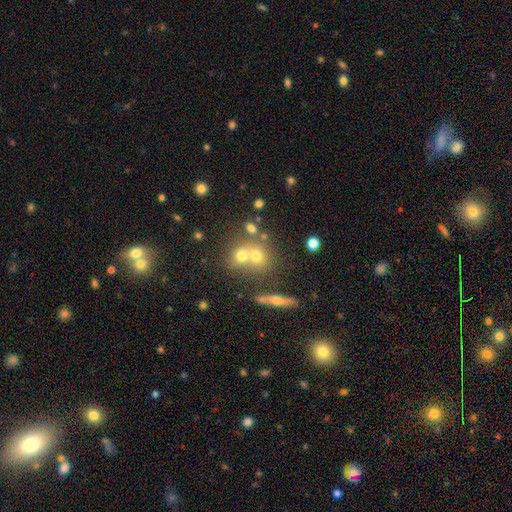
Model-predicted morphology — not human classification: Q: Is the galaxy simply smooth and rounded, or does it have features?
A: smooth — 63%.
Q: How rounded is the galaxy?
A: round — 73%.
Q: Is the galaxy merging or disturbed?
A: merger — 47%.